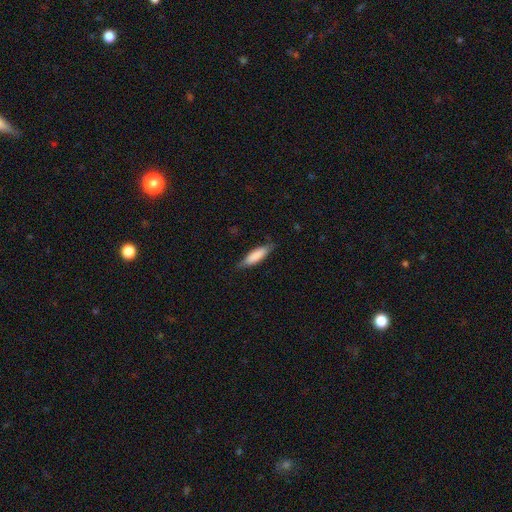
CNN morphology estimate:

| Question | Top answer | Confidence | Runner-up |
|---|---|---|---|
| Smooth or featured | smooth | 81% | featured or disk (14%) |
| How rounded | cigar-shaped | 58% | in between (40%) |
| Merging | none | 78% | minor disturbance (18%) |